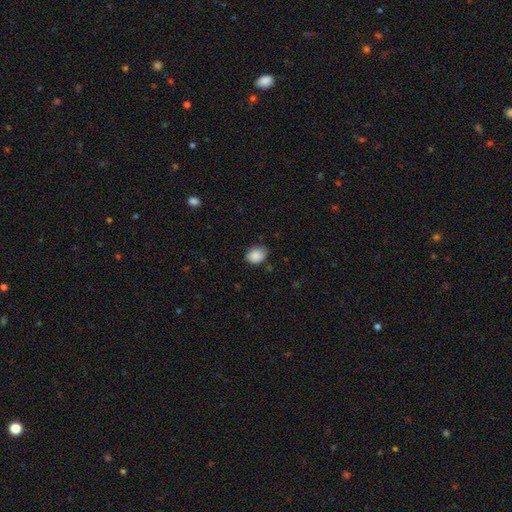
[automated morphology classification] This is clearly a smooth galaxy (88%). How rounded: possibly in between (55%). Merging: likely none (69%).